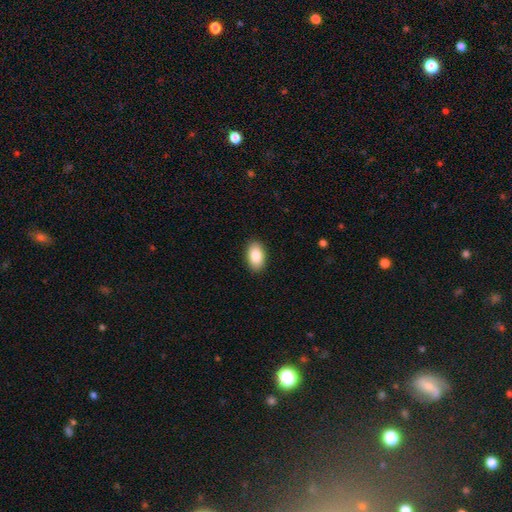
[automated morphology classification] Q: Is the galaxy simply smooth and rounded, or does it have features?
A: smooth — 87%.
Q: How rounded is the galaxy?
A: in between — 93%.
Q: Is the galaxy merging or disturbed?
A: none — 90%.